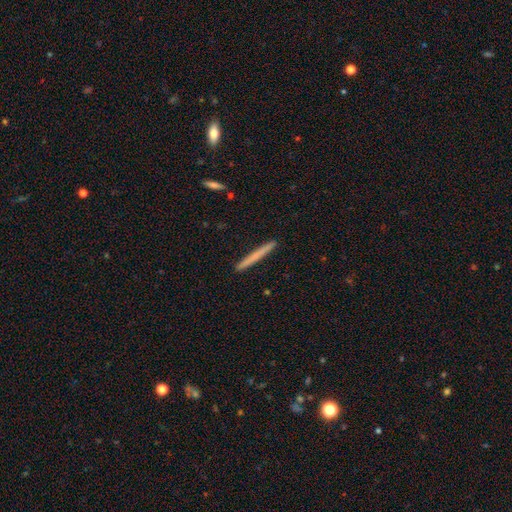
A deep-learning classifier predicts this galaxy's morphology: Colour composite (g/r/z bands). It shows a smooth galaxy with no disk features (64%) that is cigar-shaped (97%). Merging: none (93%).